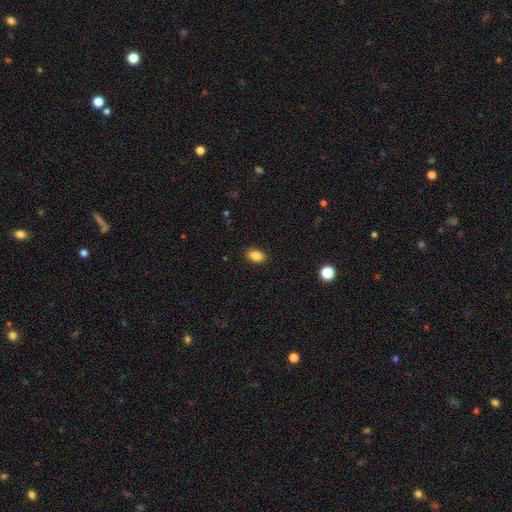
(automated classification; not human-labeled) This appears to be a smooth galaxy with no disk features (86%) that is in between round and cigar-shaped (84%). Merging: none (89%).